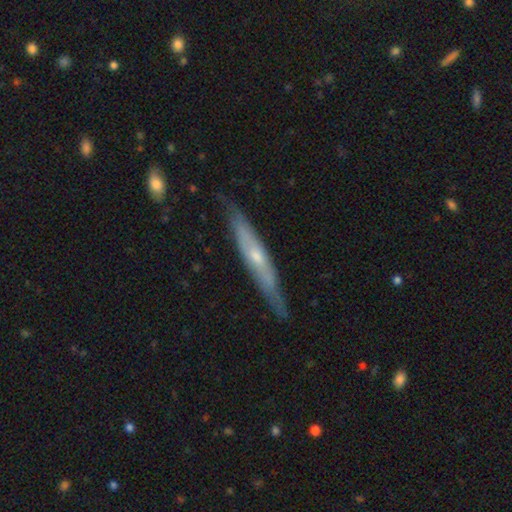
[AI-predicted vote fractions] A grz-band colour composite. It shows a featured or disk galaxy (66%) viewed edge-on (83%) with a rounded central bulge (63%). Merging: none (81%).